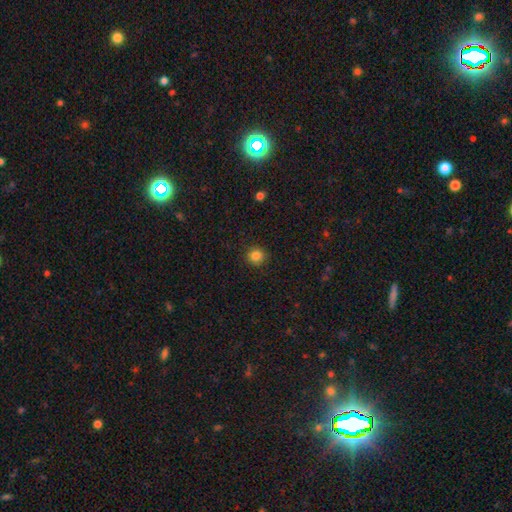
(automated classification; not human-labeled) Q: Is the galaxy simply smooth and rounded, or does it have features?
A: smooth — 84%.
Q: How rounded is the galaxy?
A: round — 91%.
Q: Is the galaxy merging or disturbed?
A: none — 90%.